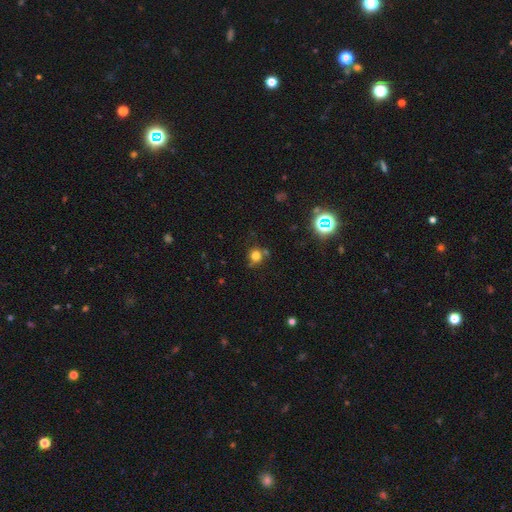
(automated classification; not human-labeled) A smooth galaxy with no disk features (73%) that is round (87%). Merging: none (68%).